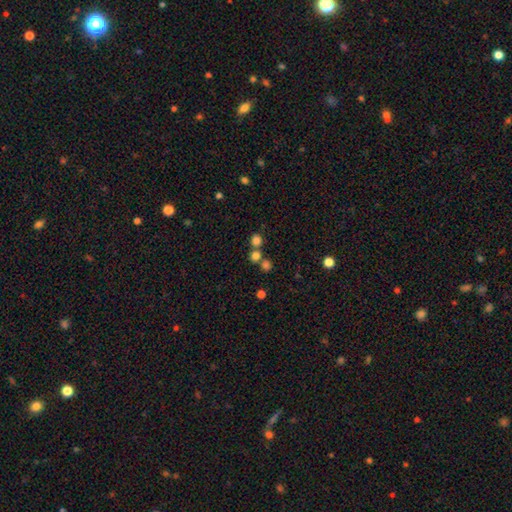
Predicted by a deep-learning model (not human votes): This appears to be a smooth galaxy with no disk features (75%) that is round (87%). Merging: none (61%).